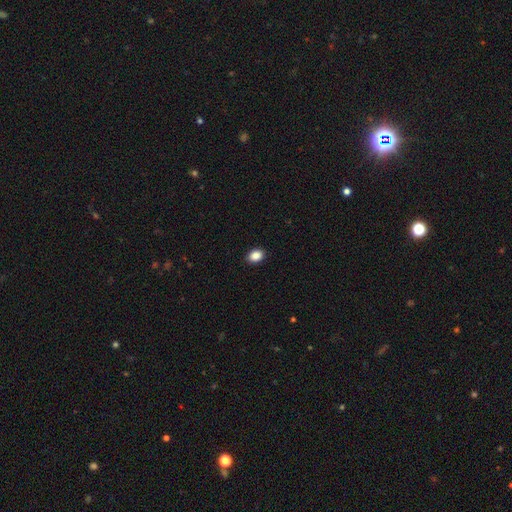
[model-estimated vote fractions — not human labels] The model was most divided on "how rounded": in between: 70%, round: 29%, cigar-shaped: 1%. More confident: merging — none (90%); smooth or featured — smooth (88%).